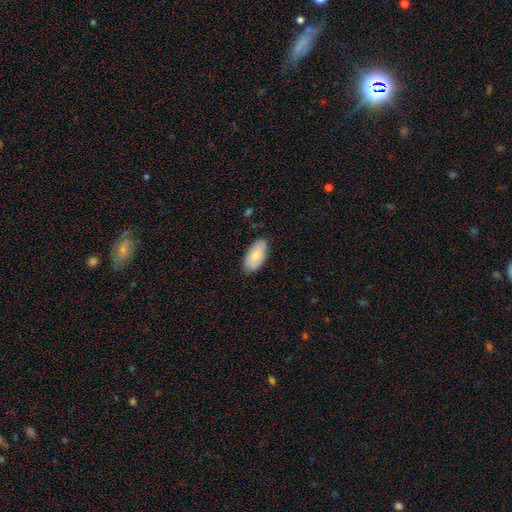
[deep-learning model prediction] smooth 74%, featured or disk 21%, star or artifact 6%. Down the decision tree: how rounded — in between (94%); merging — none (84%).